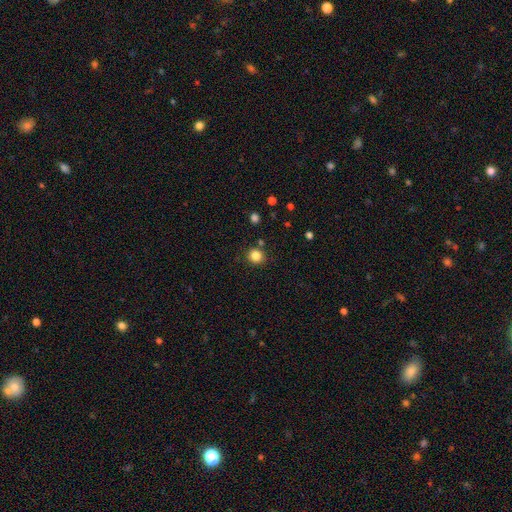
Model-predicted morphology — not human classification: Smooth or featured? smooth (84%)
How rounded? round (89%)
Merging? none (86%)